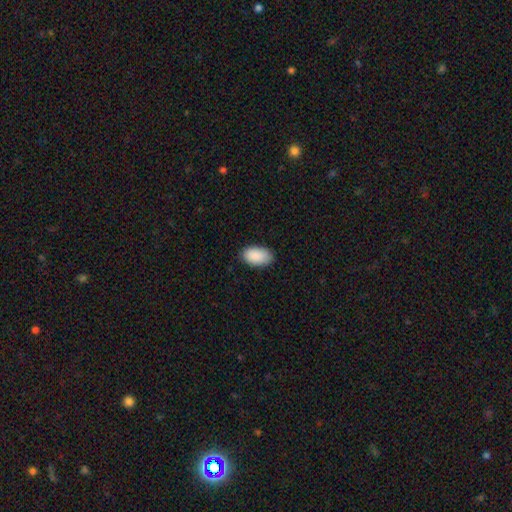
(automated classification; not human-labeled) smooth-or-featured: smooth: 91% | star or artifact: 6% | featured or disk: 4%
  how-rounded: in between: 95% | round: 3% | cigar-shaped: 2%
  merging: none: 83% | minor disturbance: 13% | major disturbance: 2% | merger: 1%